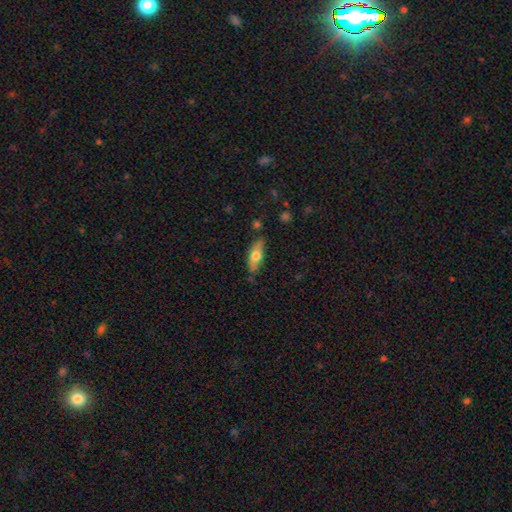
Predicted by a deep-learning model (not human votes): Overall: smooth (61%; featured or disk 33%). How rounded: in between (58%; cigar-shaped 39%). Merging: none (76%).